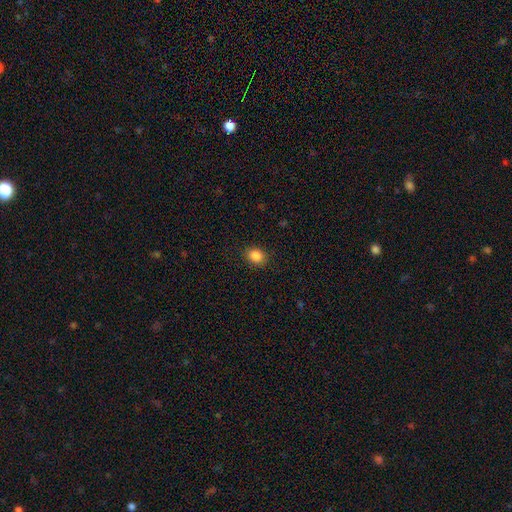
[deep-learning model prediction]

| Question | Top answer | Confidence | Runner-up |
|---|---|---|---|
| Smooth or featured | smooth | 87% | star or artifact (10%) |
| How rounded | round | 50% | in between (49%) |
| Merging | none | 88% | minor disturbance (9%) |